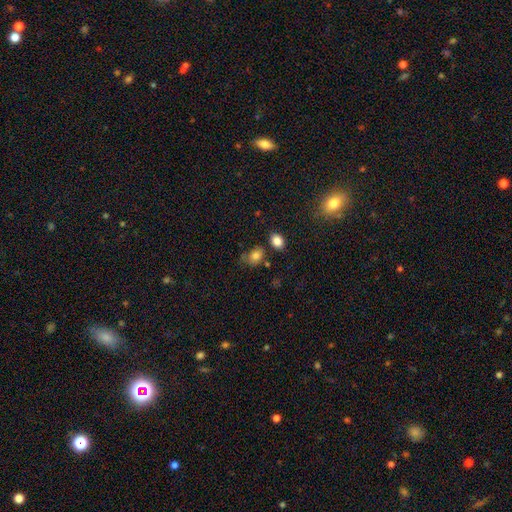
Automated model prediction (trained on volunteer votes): Smooth or featured: smooth — 82% (star or artifact — 10%)
How rounded: in between — 66% (round — 33%)
Merging: none — 53% (minor disturbance — 27%)